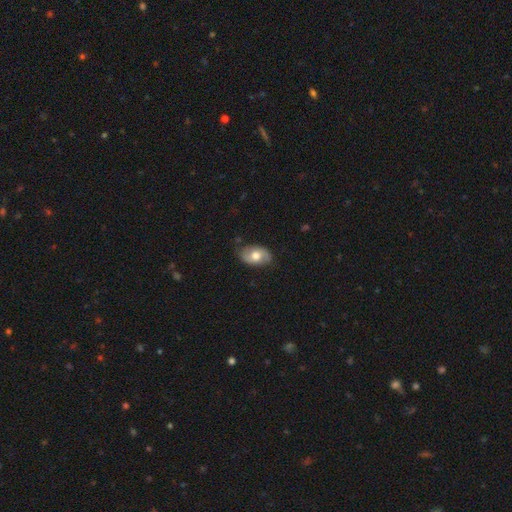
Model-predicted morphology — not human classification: A smooth galaxy with no disk features (58%) that is in between round and cigar-shaped (89%). Merging: none (76%).